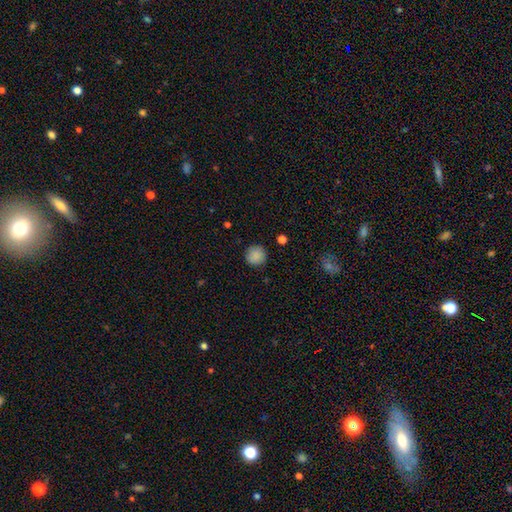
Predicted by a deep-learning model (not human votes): smooth_or_featured: smooth (p=0.88) [alt: star or artifact p=0.08]
how_rounded: round (p=0.95) [alt: in between p=0.05]
merging: none (p=0.90) [alt: minor disturbance p=0.07]